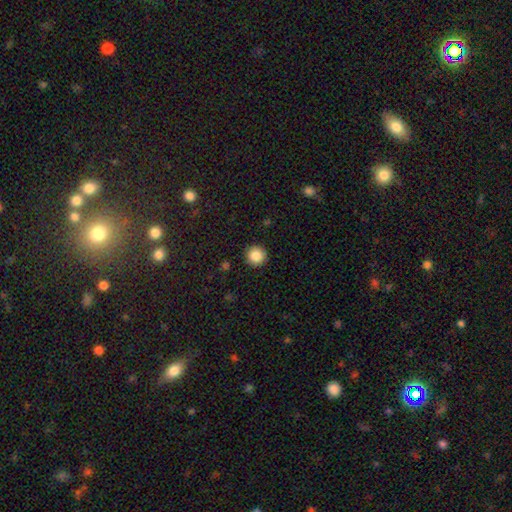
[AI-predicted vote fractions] smooth-or-featured: smooth: 86% | star or artifact: 10% | featured or disk: 4%
  how-rounded: round: 96% | in between: 3% | cigar-shaped: 1%
  merging: none: 92% | minor disturbance: 5% | major disturbance: 2% | merger: 1%